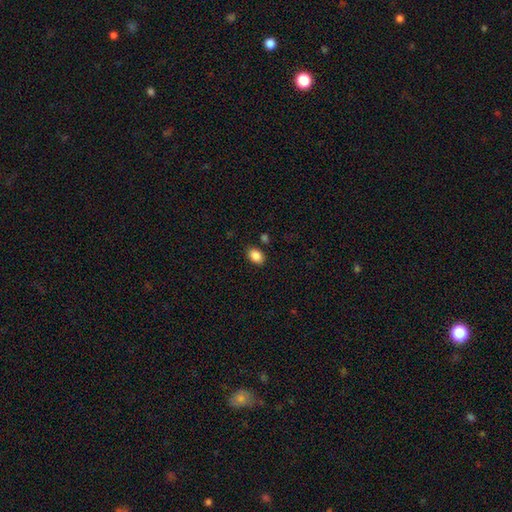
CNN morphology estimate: Q: Smooth or featured?
A: smooth (88%); runner-up: star or artifact (9%)
Q: How rounded?
A: in between (81%); runner-up: round (18%)
Q: Merging?
A: none (84%); runner-up: minor disturbance (10%)